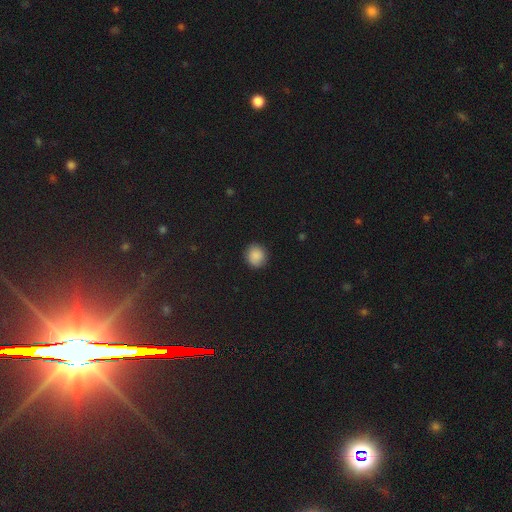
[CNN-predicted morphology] Smooth or featured?
  - smooth: 87% *
  - star or artifact: 9%
  - featured or disk: 4%
How rounded?
  - round: 89% *
  - in between: 10%
  - cigar-shaped: 1%
Merging?
  - none: 89% *
  - minor disturbance: 8%
  - major disturbance: 2%
  - merger: 1%